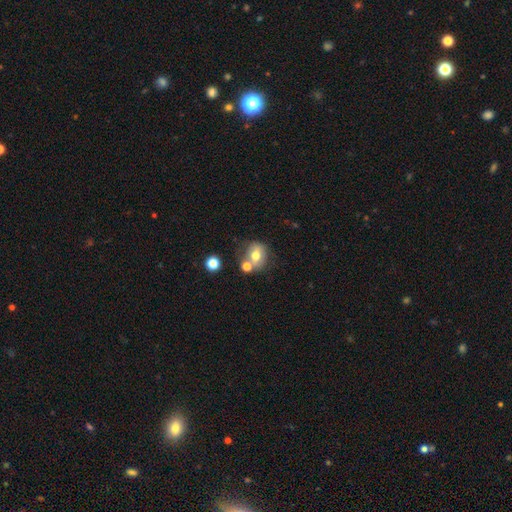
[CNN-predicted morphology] The model was most divided on "how rounded": round: 63%, in between: 36%, cigar-shaped: 1%. More confident: smooth or featured — smooth (64%); merging — none (53%).